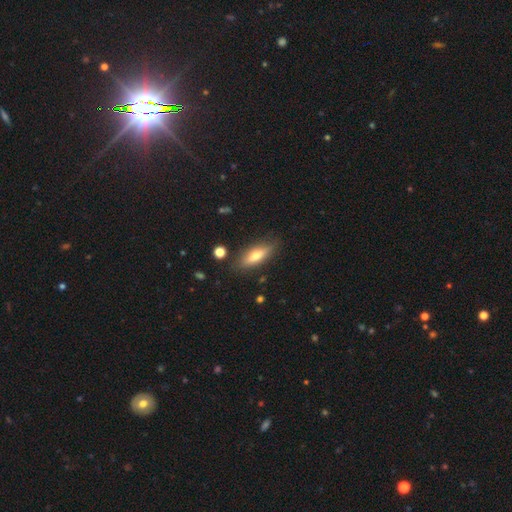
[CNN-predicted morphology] A smooth galaxy with no disk features (58%) that is in between round and cigar-shaped (49%, tied with cigar-shaped).

Vote fractions:
- Smooth or featured? smooth: 58% / featured or disk: 35% / star or artifact: 7%
- How rounded? in between: 49% (tied) / cigar-shaped: 49% (tied) / round: 3%
- Merging? none: 83% / minor disturbance: 12% / major disturbance: 3% / merger: 2%